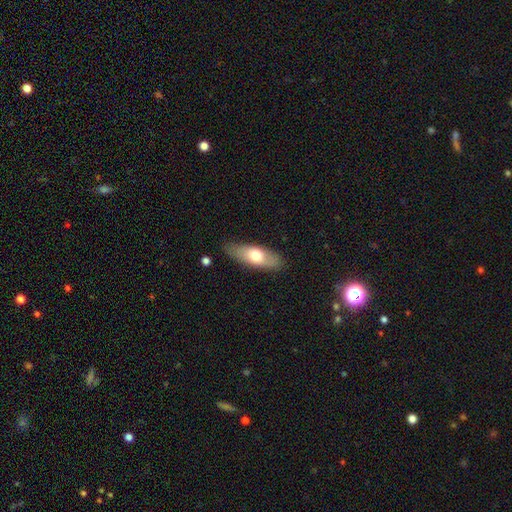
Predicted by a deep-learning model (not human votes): Q: Smooth or featured?
A: smooth (63%); runner-up: featured or disk (32%)
Q: How rounded?
A: in between (69%); runner-up: cigar-shaped (28%)
Q: Merging?
A: none (81%); runner-up: minor disturbance (15%)